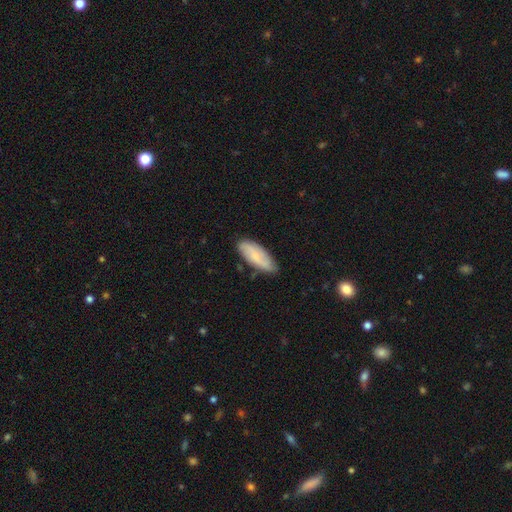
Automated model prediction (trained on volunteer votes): Q: Smooth or featured?
A: smooth (64%); runner-up: featured or disk (30%)
Q: How rounded?
A: in between (71%); runner-up: cigar-shaped (27%)
Q: Merging?
A: none (78%); runner-up: minor disturbance (17%)